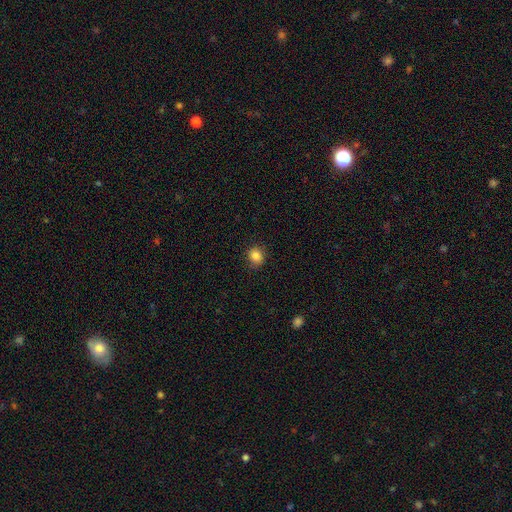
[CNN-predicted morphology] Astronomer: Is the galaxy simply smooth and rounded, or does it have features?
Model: smooth — 85%.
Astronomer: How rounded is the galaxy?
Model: round — 79%.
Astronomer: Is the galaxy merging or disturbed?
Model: none — 87%.